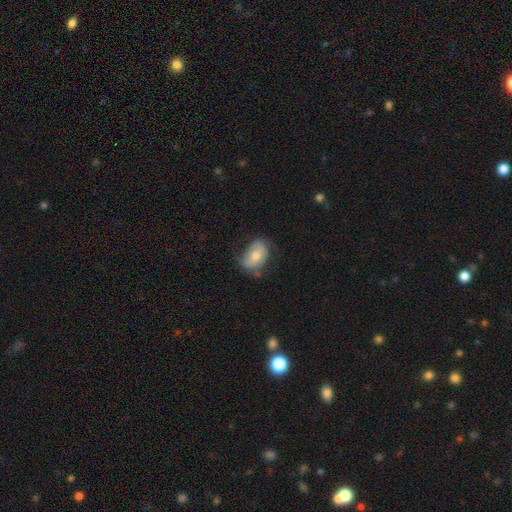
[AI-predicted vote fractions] Overall: smooth (64%; featured or disk 29%). How rounded: in between (86%). Merging: none (56%; minor disturbance 31%).